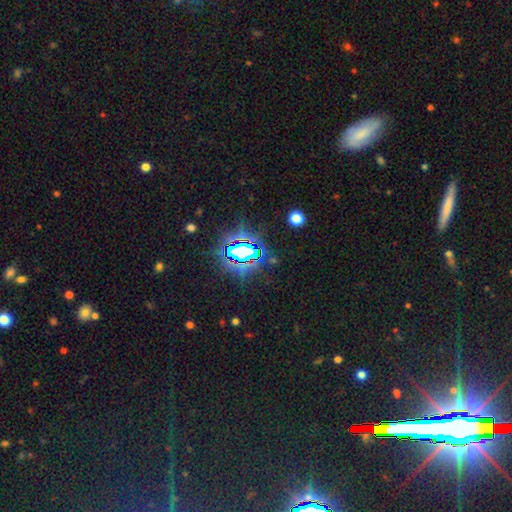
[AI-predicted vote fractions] The model was most divided on "smooth or featured": star or artifact: 78%, smooth: 13%, featured or disk: 9%.